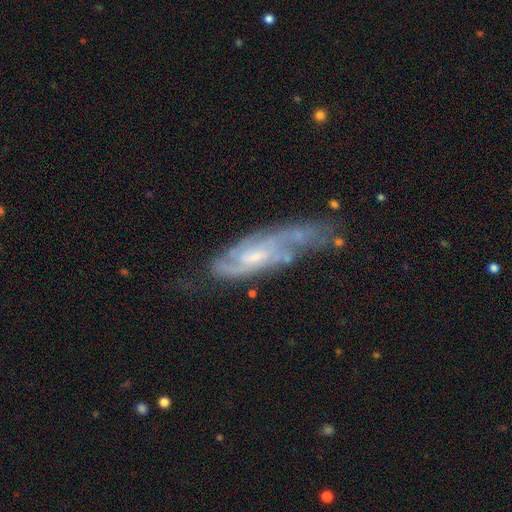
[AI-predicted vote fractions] A featured or disk galaxy (78%) with no bar (51%), 2 (36%) medium (44%) spiral arms (89%) and a small central bulge (53%).

Vote fractions:
- Smooth or featured? featured or disk: 78% / smooth: 15% / star or artifact: 7%
- Edge-on disk? no: 81% / yes: 19%
- Bar? no: 51% / weak: 40% / strong: 9%
- Spiral arms? yes: 89% / no: 11%
- Spiral winding? medium: 44% / tight: 39% / loose: 17%
- Spiral arm count? 2: 36% / can't tell: 34% / 3: 17% / 4: 5% / 1: 5% / more than 4: 3%
- Bulge size? small: 53% / moderate: 32% / none: 12% / large: 2% / dominant: 1%
- Merging? none: 54% / minor disturbance: 26% / major disturbance: 16% / merger: 4%